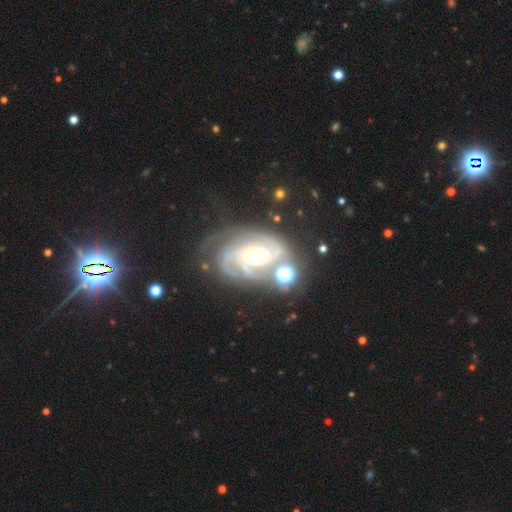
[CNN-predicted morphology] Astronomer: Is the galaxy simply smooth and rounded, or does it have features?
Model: featured or disk — 89%.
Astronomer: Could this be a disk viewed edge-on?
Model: no — 97%.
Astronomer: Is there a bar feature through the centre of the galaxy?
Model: no — 69%.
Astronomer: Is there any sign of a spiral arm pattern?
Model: yes — 97%.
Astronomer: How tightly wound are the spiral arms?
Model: tight — 66%.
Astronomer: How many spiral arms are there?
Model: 3 — 34% (runner-up: 2, 21%).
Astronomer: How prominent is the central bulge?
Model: moderate — 68%.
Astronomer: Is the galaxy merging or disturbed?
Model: none — 58%.